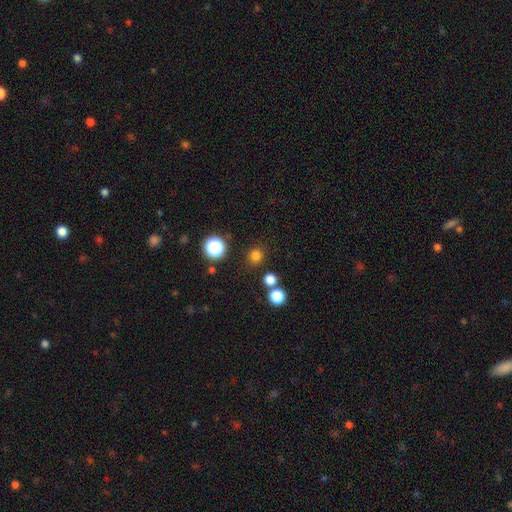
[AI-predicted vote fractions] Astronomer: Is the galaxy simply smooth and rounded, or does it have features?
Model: smooth — 78%.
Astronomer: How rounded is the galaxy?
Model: round — 89%.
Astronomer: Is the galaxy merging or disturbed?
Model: none — 85%.